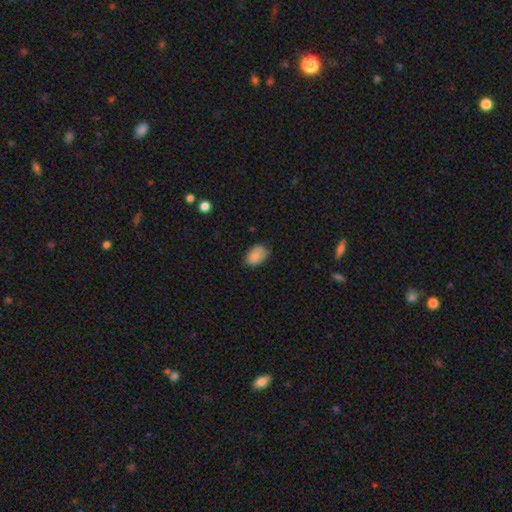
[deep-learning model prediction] Smooth or featured? Predicted: smooth (p=0.87). How rounded? Predicted: in between (p=0.85). Merging? Predicted: none (p=0.71).